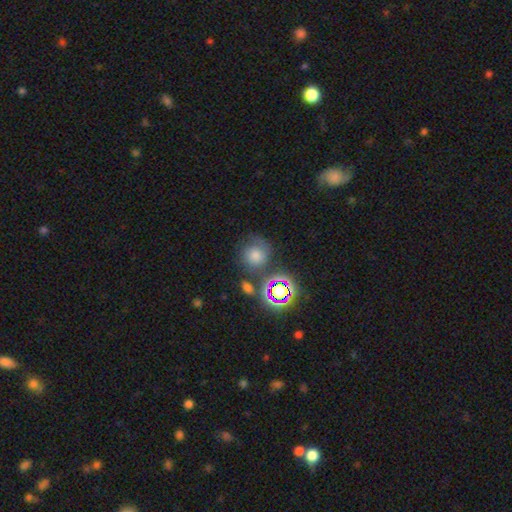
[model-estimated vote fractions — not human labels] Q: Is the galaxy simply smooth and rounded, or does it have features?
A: smooth — 50%.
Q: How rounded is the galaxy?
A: round — 86%.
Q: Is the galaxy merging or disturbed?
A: none — 61%.